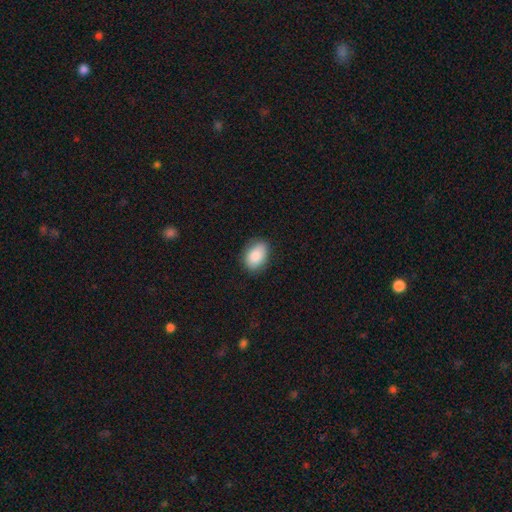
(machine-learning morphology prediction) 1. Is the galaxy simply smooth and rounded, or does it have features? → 87% smooth, 7% star or artifact, 6% featured or disk.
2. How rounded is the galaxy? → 87% in between, 12% round, 1% cigar-shaped.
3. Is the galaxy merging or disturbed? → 83% none, 13% minor disturbance, 3% major disturbance, 1% merger.